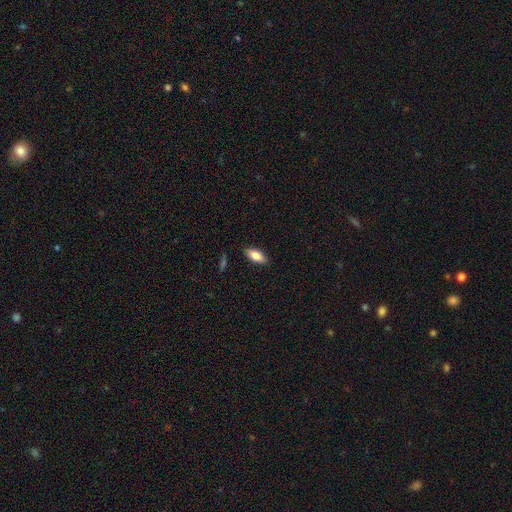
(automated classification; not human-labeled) The model was most divided on "smooth or featured": smooth: 80%, featured or disk: 13%, star or artifact: 7%. More confident: merging — none (88%); how rounded — in between (84%).